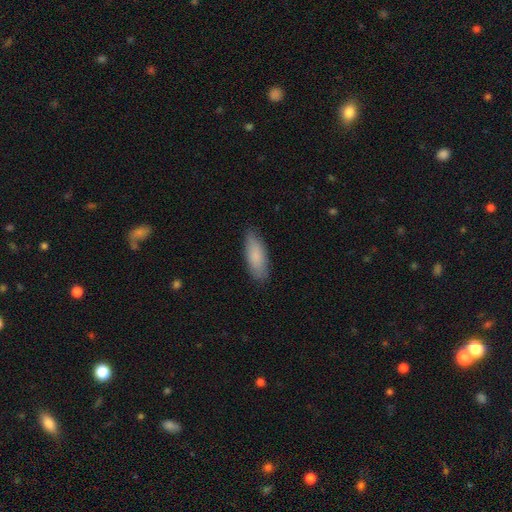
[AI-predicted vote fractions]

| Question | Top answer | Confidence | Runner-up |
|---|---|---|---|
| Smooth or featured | smooth | 84% | featured or disk (10%) |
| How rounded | in between | 69% | cigar-shaped (29%) |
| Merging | none | 84% | minor disturbance (13%) |